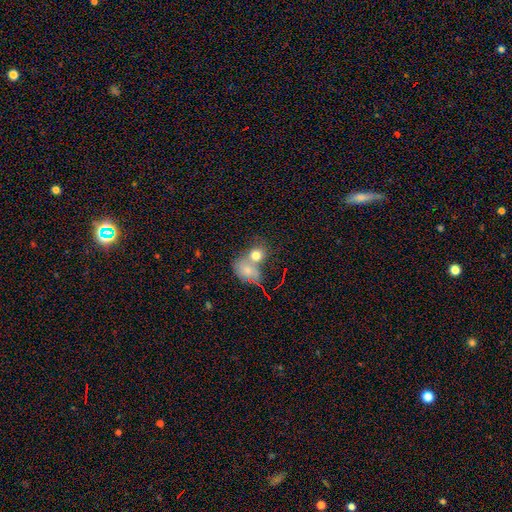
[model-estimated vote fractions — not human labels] A smooth galaxy with no disk features (72%) that is round (64%).

Vote fractions:
- Smooth or featured? smooth: 72% / featured or disk: 17% / star or artifact: 11%
- How rounded? round: 64% / in between: 35% / cigar-shaped: 2%
- Merging? merger: 58% / none: 29% / minor disturbance: 8% / major disturbance: 5%